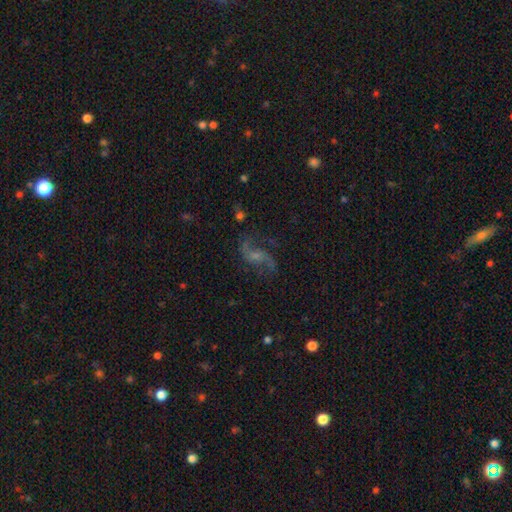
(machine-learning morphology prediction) featured or disk 80%, star or artifact 10%, smooth 10%. Down the decision tree: edge-on disk — no (97%); bar — no (48%); spiral arms — yes (93%); spiral arm count — 2 (90%); spiral winding — loose (76%); bulge size — small (50%); merging — none (68%).